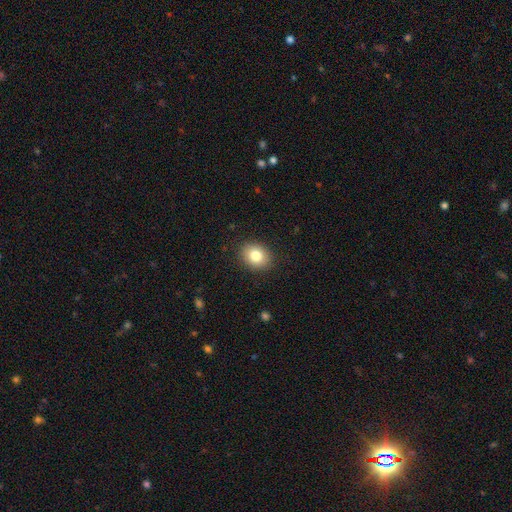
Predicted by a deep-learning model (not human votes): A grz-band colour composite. It shows a smooth galaxy with no disk features (82%) that is in between round and cigar-shaped (54%). Merging: none (88%).